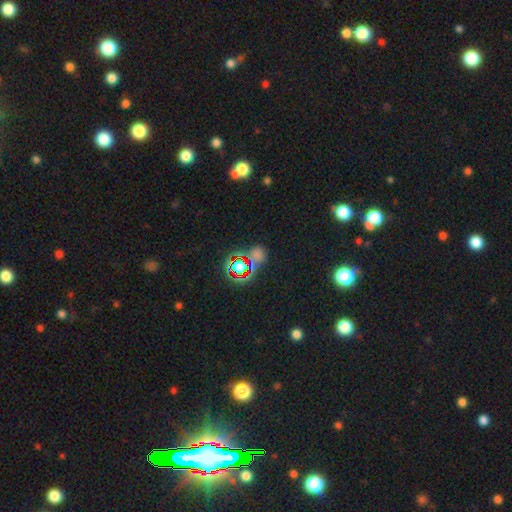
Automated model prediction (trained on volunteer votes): Smooth or featured? star or artifact (64%)